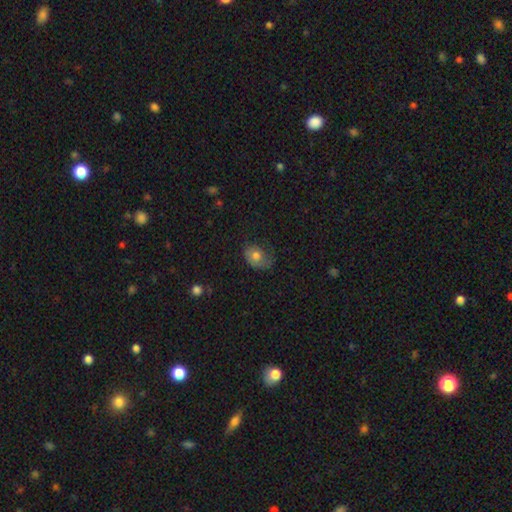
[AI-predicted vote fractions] Smooth or featured? smooth (69%)
How rounded? in between (66%)
Merging? none (48%)